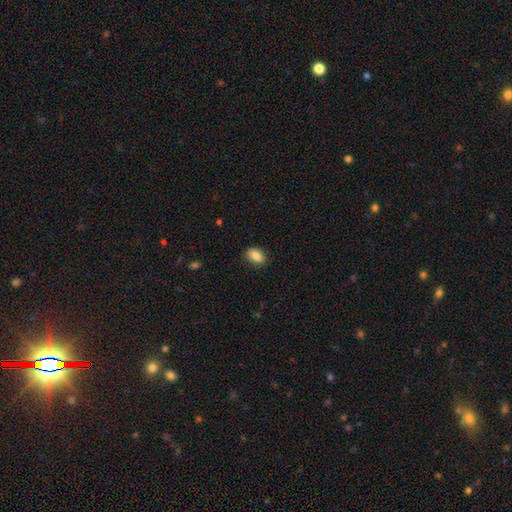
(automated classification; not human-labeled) This is clearly a smooth galaxy (85%). How rounded: clearly in between (87%). Merging: clearly none (85%).